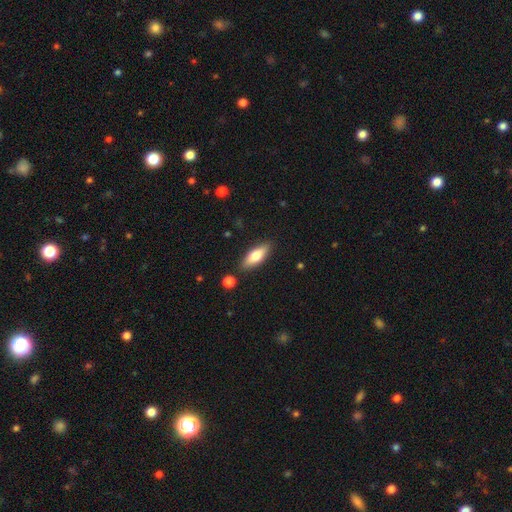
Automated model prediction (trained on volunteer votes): Smooth or featured? Predicted: smooth (p=0.70). How rounded? Predicted: in between (p=0.65). Merging? Predicted: none (p=0.86).